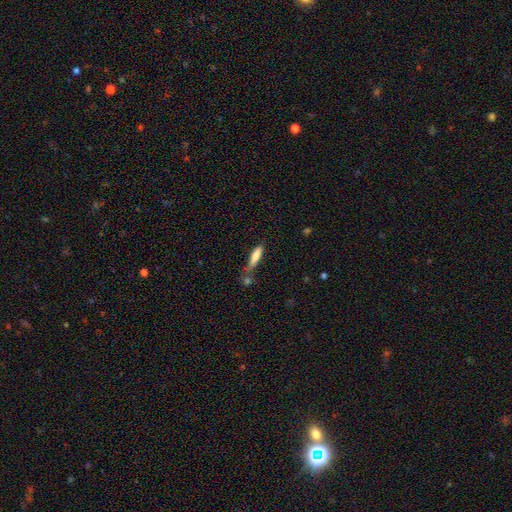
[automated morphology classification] This is likely a smooth galaxy (78%). How rounded: likely cigar-shaped (68%). Merging: possibly none (49%).